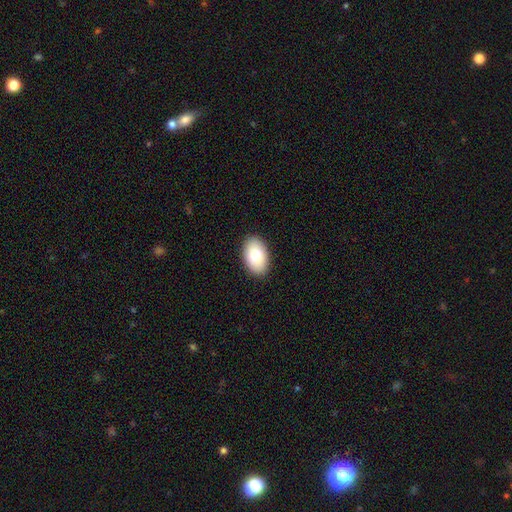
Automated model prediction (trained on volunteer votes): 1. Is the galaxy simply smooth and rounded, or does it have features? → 80% smooth, 13% featured or disk, 7% star or artifact.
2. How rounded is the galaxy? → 92% in between, 6% round, 1% cigar-shaped.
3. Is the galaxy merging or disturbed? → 90% none, 7% minor disturbance, 2% major disturbance, 1% merger.